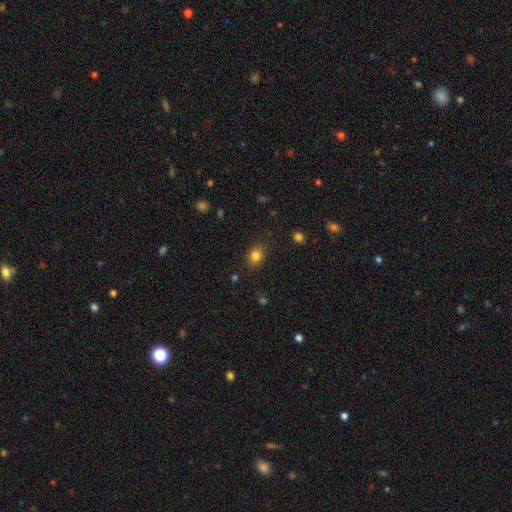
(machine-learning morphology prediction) Overall: smooth (82%). How rounded: in between (50%; round 49%). Merging: none (82%).